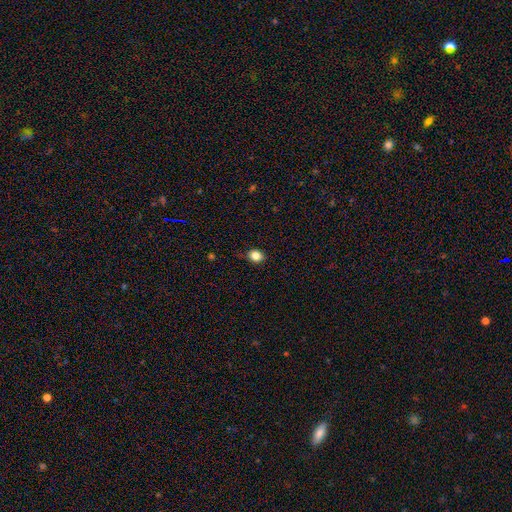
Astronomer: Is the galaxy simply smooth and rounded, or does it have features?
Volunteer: smooth — 85%.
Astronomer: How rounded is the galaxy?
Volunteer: round — 73%.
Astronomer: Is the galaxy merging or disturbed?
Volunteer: none — 89%.